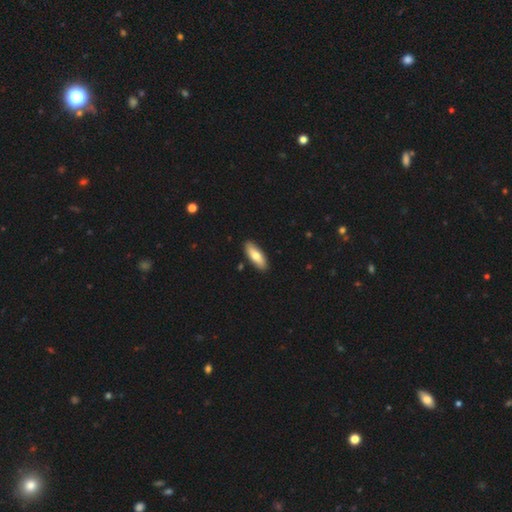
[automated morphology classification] smooth_or_featured: smooth (p=0.72) [alt: featured or disk p=0.23]
how_rounded: in between (p=0.66) [alt: cigar-shaped p=0.32]
merging: none (p=0.89) [alt: minor disturbance p=0.08]